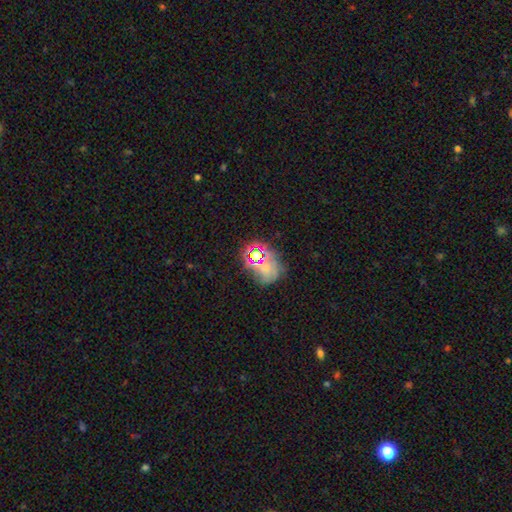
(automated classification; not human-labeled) This is marginally a star or artifact rather than a galaxy (44%).